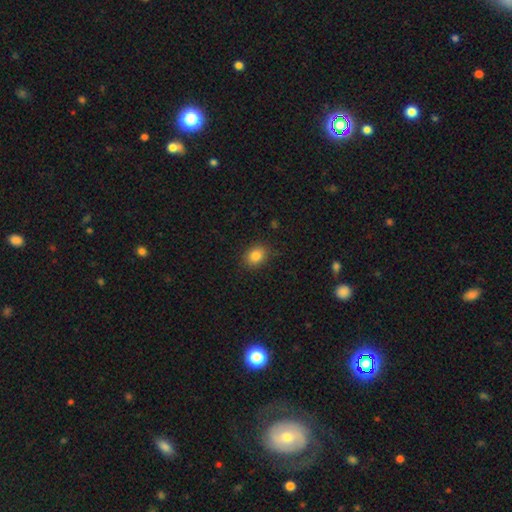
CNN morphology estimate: This is clearly a smooth galaxy (84%). How rounded: possibly in between (51%). Merging: clearly none (86%).